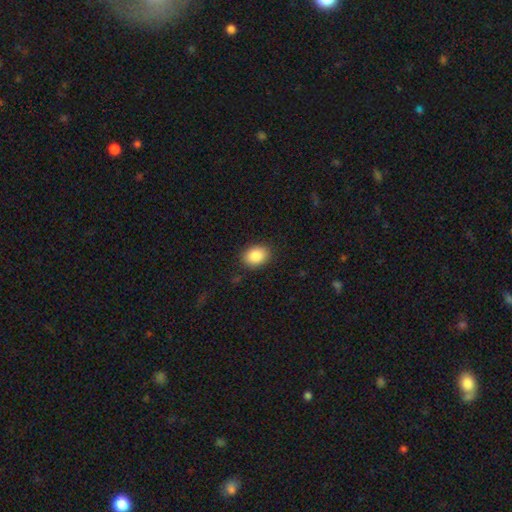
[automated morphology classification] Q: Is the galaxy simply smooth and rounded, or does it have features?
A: smooth — 87%.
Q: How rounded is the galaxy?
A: in between — 66%.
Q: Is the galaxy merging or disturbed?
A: none — 87%.